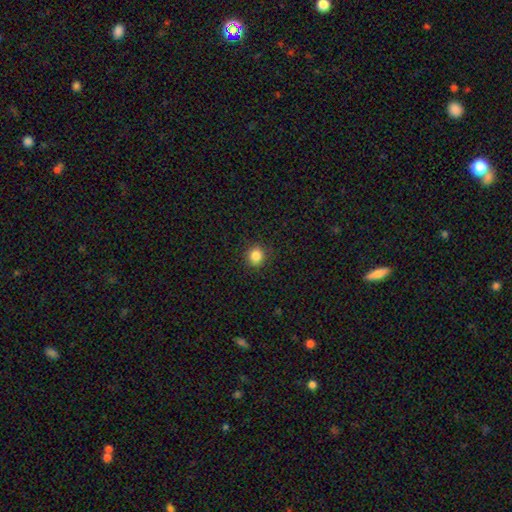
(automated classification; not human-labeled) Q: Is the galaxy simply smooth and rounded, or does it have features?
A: smooth — 85%.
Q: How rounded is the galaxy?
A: round — 86%.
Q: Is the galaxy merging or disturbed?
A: none — 91%.